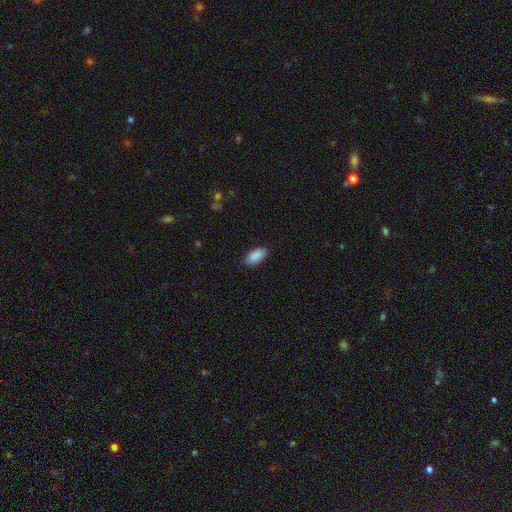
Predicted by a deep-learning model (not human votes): Q: Smooth or featured?
A: smooth (91%); runner-up: star or artifact (6%)
Q: How rounded?
A: in between (93%); runner-up: cigar-shaped (5%)
Q: Merging?
A: none (89%); runner-up: minor disturbance (8%)